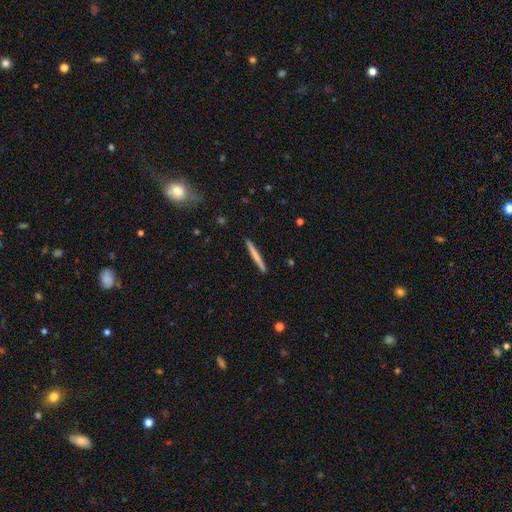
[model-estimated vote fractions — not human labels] smooth_or_featured: smooth (p=0.64) [alt: featured or disk p=0.31]
how_rounded: cigar-shaped (p=0.97) [alt: in between p=0.02]
merging: none (p=0.92) [alt: minor disturbance p=0.06]